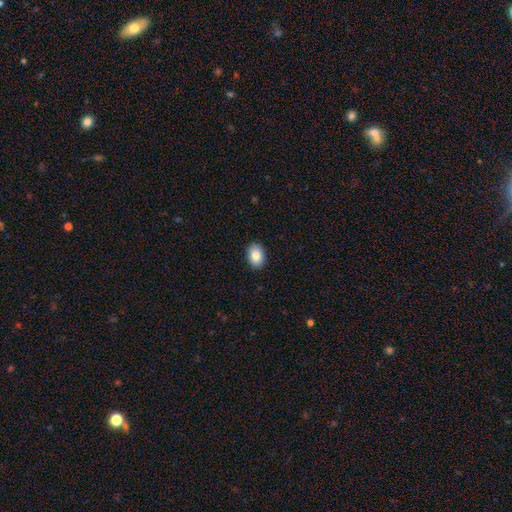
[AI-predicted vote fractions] Smooth or featured? Predicted: smooth (p=0.86). How rounded? Predicted: in between (p=0.80). Merging? Predicted: none (p=0.90).